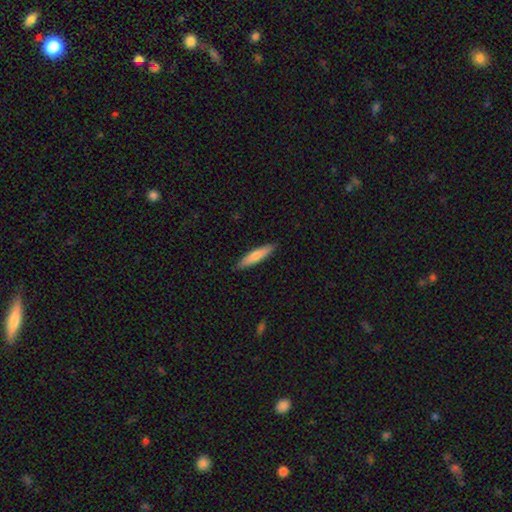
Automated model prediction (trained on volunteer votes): Smooth or featured: smooth — 74% (featured or disk — 20%)
How rounded: cigar-shaped — 85% (in between — 14%)
Merging: none — 90% (minor disturbance — 8%)